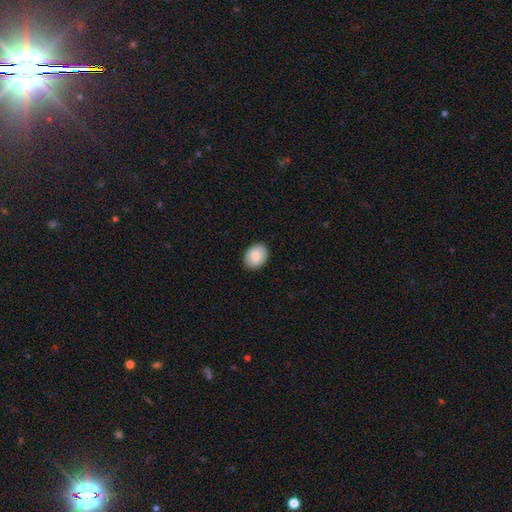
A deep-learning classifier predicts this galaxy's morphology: This is clearly a smooth galaxy (85%). How rounded: likely in between (63%). Merging: clearly none (89%).